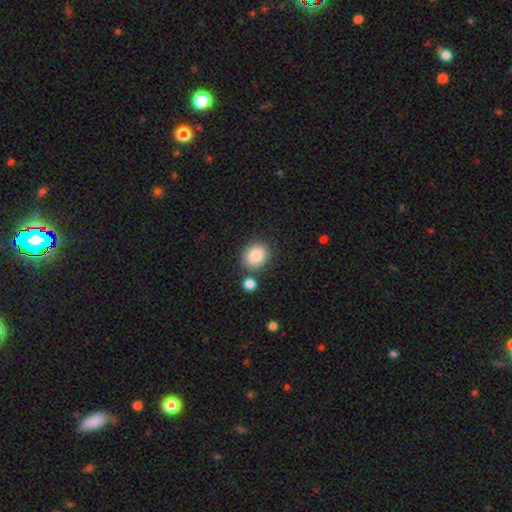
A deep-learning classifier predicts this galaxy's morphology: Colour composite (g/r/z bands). It shows a smooth galaxy with no disk features (88%) that is round (60%). Merging: none (75%).